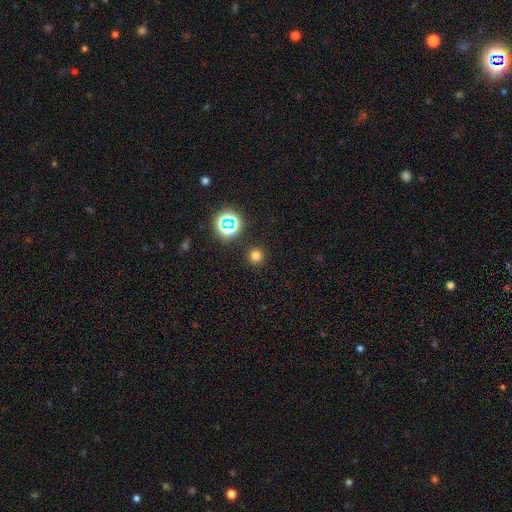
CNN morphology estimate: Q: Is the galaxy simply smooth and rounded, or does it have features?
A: smooth — 72%.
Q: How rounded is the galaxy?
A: round — 94%.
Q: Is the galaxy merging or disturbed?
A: none — 90%.